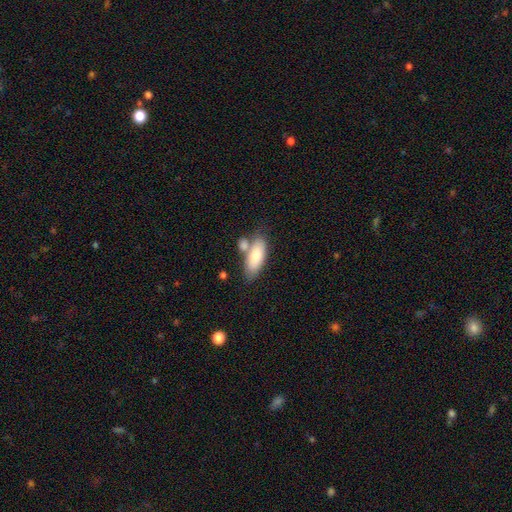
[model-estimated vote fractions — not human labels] Smooth or featured? Predicted: smooth (p=0.77). How rounded? Predicted: in between (p=0.81). Merging? Predicted: none (p=0.55).